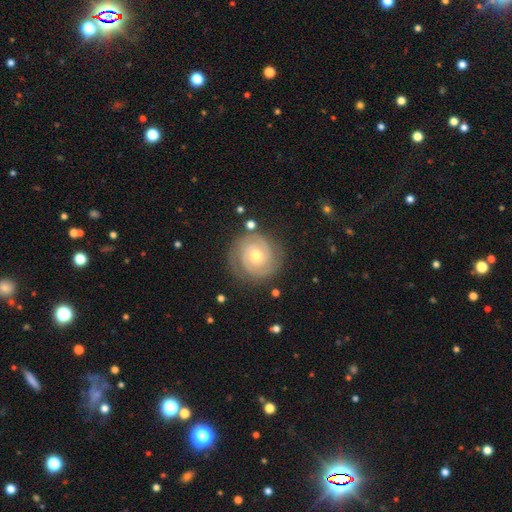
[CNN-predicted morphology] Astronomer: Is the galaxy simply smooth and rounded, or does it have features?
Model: featured or disk — 85%.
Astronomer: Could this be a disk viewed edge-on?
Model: no — 98%.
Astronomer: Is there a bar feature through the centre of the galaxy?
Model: no — 72%.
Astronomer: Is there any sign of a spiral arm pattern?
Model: yes — 96%.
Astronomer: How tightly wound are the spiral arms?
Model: tight — 76%.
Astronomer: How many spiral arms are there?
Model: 2 — 75%.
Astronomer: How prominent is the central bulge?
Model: moderate — 60% (runner-up: small, 36%).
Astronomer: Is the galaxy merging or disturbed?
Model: none — 82%.